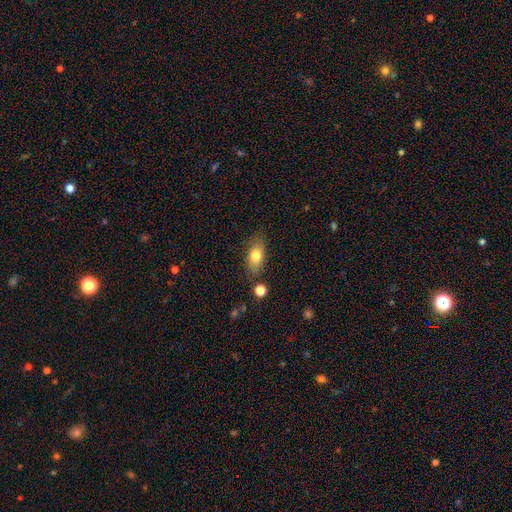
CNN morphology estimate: Smooth or featured? smooth (77%)
How rounded? in between (81%)
Merging? none (78%)